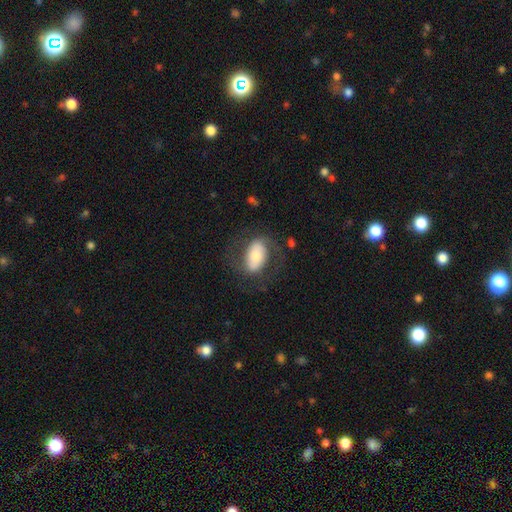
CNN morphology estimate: type=smooth (47%); merging=none (67%).